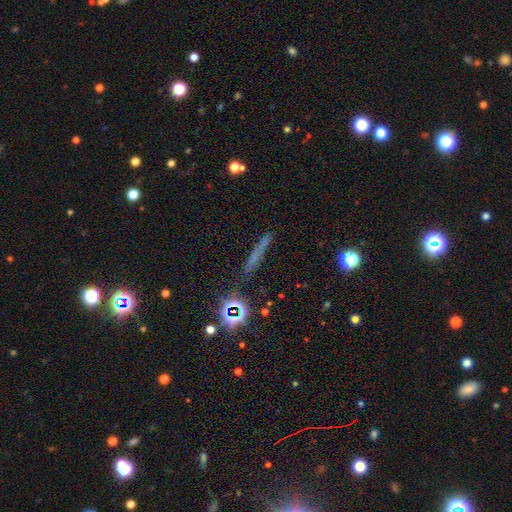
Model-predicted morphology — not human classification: This appears to be a smooth galaxy with no disk features (48%). Merging: none (81%).